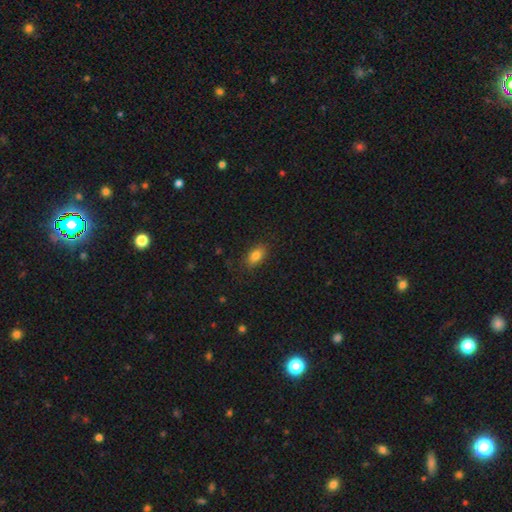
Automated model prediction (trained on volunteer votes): Smooth or featured? smooth (82%)
How rounded? in between (88%)
Merging? none (82%)